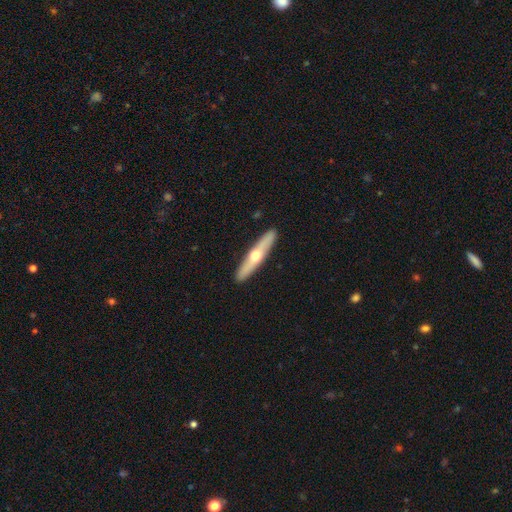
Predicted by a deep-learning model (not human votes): A featured or disk galaxy (59%) viewed edge-on (91%) with a rounded central bulge (92%). Merging: none (91%).